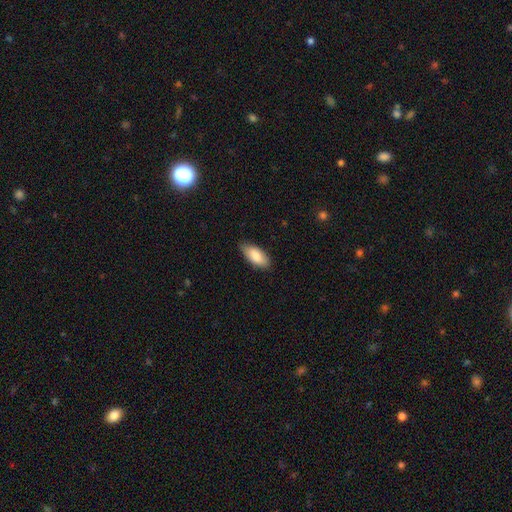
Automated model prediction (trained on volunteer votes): Morphology: type=smooth (84%); roundness=in between (88%); merging=none (82%).